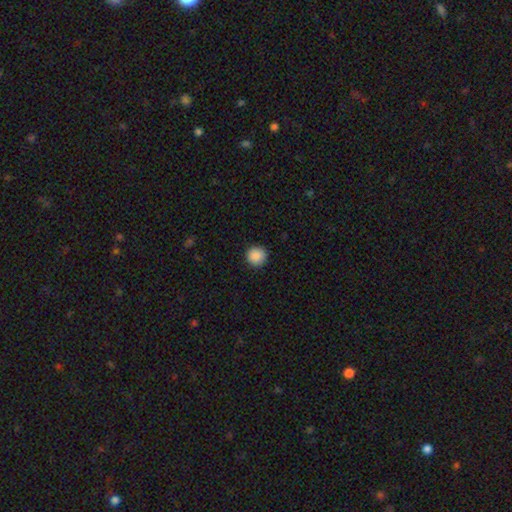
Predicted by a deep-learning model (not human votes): A smooth galaxy with no disk features (89%) that is round (95%).

Vote fractions:
- Smooth or featured? smooth: 89% / star or artifact: 9% / featured or disk: 3%
- How rounded? round: 95% / in between: 4% / cigar-shaped: 1%
- Merging? none: 92% / minor disturbance: 5% / major disturbance: 2% / merger: 1%